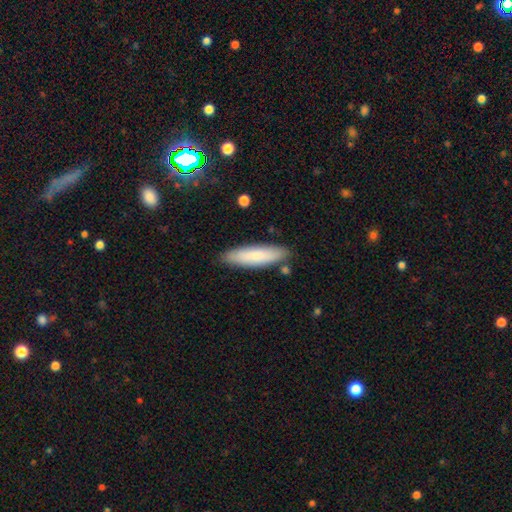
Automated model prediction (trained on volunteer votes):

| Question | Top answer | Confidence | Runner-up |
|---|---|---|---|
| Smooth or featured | smooth | 78% | featured or disk (16%) |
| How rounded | cigar-shaped | 70% | in between (29%) |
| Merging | none | 85% | minor disturbance (10%) |